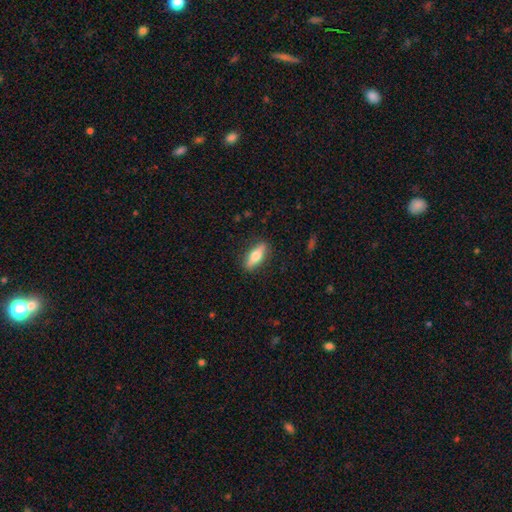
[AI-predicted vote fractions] The model was most divided on "how rounded": in between: 54%, cigar-shaped: 43%, round: 3%. More confident: merging — none (87%); smooth or featured — smooth (64%).